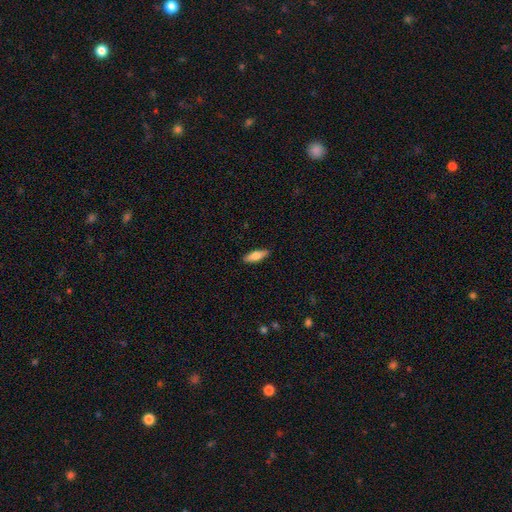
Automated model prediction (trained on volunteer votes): This appears to be a smooth galaxy with no disk features (69%) that is in between round and cigar-shaped (52%). Merging: none (89%).